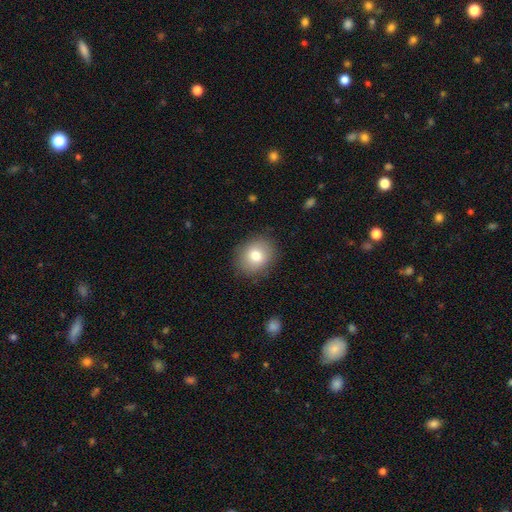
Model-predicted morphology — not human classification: Smooth or featured: smooth — 77% (featured or disk — 13%)
How rounded: round — 64% (in between — 35%)
Merging: none — 86% (minor disturbance — 10%)